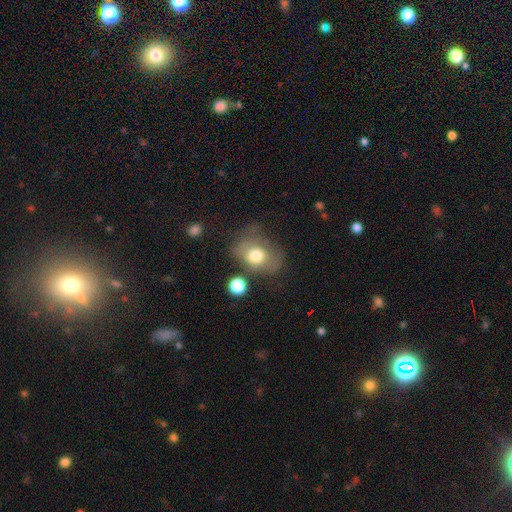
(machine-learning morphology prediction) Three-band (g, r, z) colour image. It shows a smooth galaxy with no disk features (66%) that is in between round and cigar-shaped (58%). Merging: none (39%).